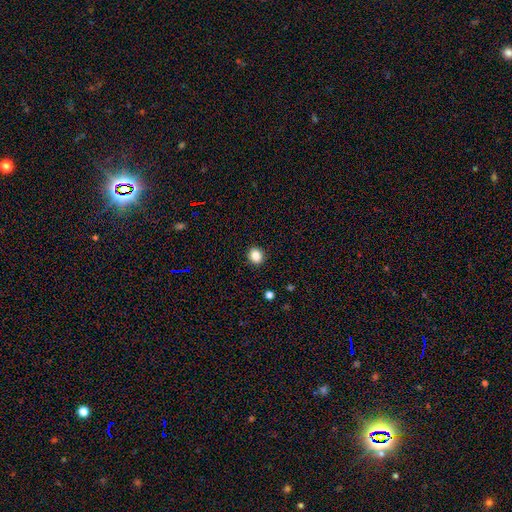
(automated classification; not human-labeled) A smooth galaxy with no disk features (85%) that is round (76%).

Vote fractions:
- Smooth or featured? smooth: 85% / star or artifact: 10% / featured or disk: 4%
- How rounded? round: 76% / in between: 23% / cigar-shaped: 1%
- Merging? none: 92% / minor disturbance: 5% / major disturbance: 2% / merger: 1%